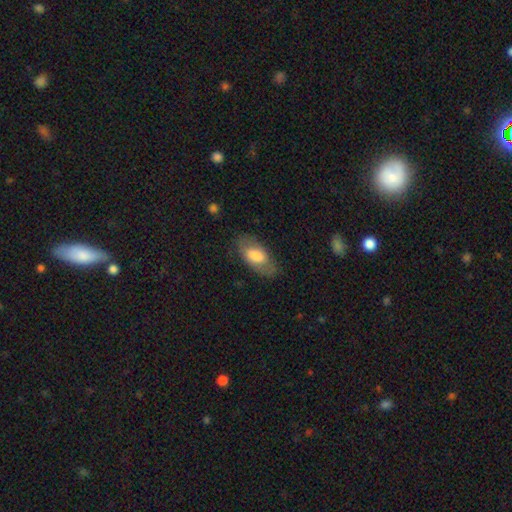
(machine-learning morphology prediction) Smooth or featured? Predicted: smooth (p=0.66). How rounded? Predicted: in between (p=0.91). Merging? Predicted: none (p=0.74).